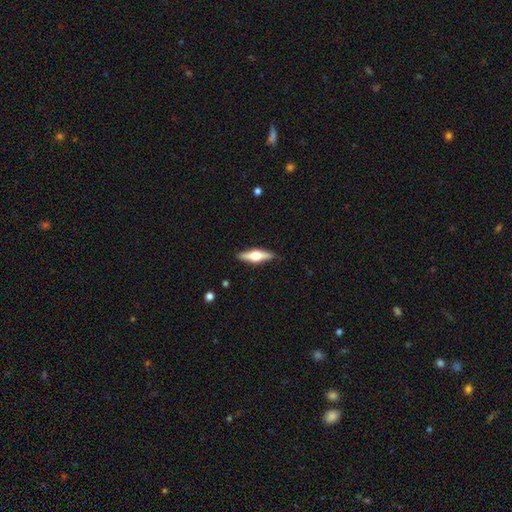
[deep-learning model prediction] Overall: featured or disk (59%; smooth 35%). Edge-on disk: yes (95%). Edge-on bulge: rounded (94%). Merging: none (89%).